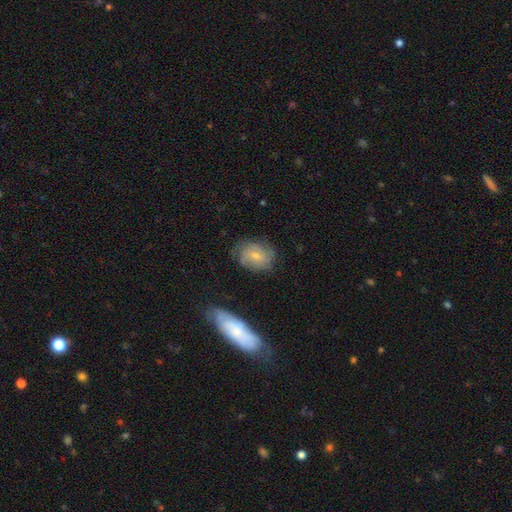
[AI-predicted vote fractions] This appears to be a featured or disk galaxy (51%). Merging: none (68%).